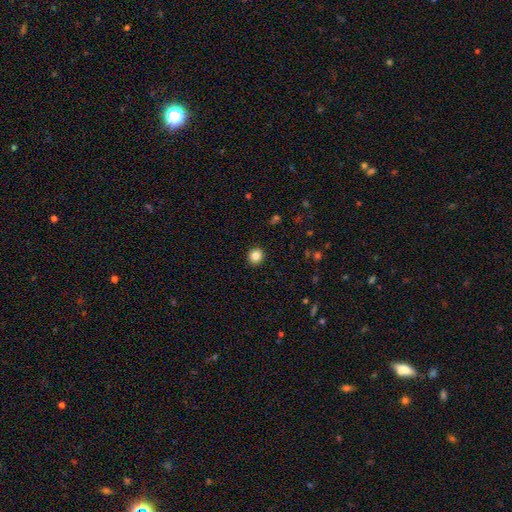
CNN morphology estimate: smooth 84%, star or artifact 11%, featured or disk 5%. Down the decision tree: how rounded — round (91%); merging — none (92%).